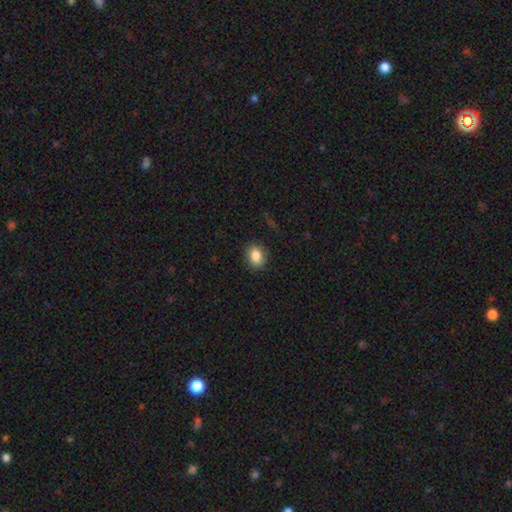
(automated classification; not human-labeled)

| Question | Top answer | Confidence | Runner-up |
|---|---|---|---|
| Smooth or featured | smooth | 85% | star or artifact (9%) |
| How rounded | in between | 61% | round (38%) |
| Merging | none | 84% | minor disturbance (12%) |